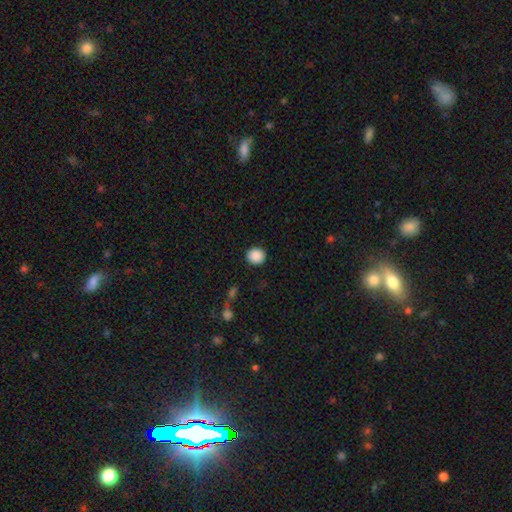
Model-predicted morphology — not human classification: Smooth or featured: smooth — 89% (star or artifact — 8%)
How rounded: round — 87% (in between — 12%)
Merging: none — 90% (minor disturbance — 6%)